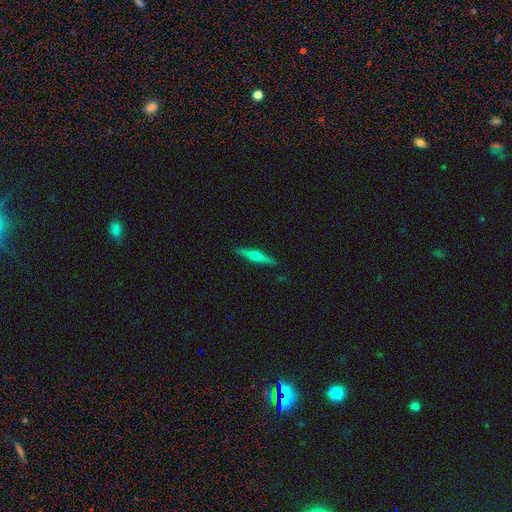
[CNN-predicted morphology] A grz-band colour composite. It shows a featured or disk galaxy (59%) viewed edge-on (97%) with a rounded central bulge (82%). Merging: none (90%).